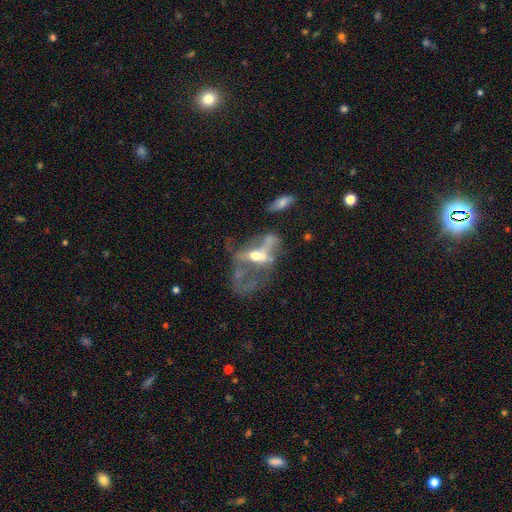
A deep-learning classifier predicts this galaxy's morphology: Smooth or featured?
  - featured or disk: 65% *
  - smooth: 22%
  - star or artifact: 13%
Edge-on disk?
  - no: 87% *
  - yes: 13%
Bar?
  - no: 66% *
  - weak: 20%
  - strong: 14%
Spiral arms?
  - no: 76% *
  - yes: 24%
Bulge size?
  - moderate: 62% *
  - small: 23%
  - large: 9%
  - none: 4%
  - dominant: 2%
Merging?
  - major disturbance: 42% *
  - merger: 26%
  - none: 21%
  - minor disturbance: 12%